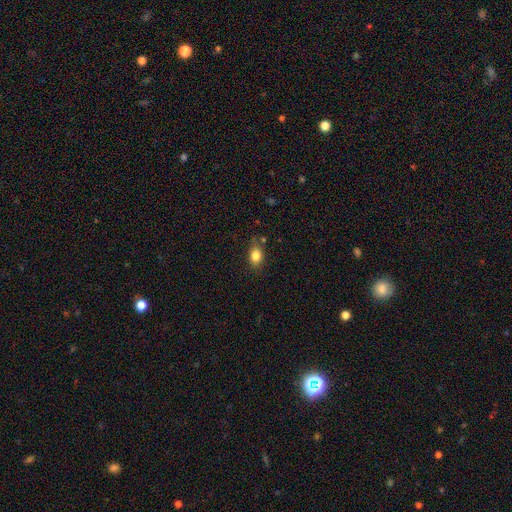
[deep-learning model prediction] Smooth or featured?
  - smooth: 82% *
  - star or artifact: 9%
  - featured or disk: 8%
How rounded?
  - in between: 77% *
  - round: 21%
  - cigar-shaped: 2%
Merging?
  - none: 76% *
  - minor disturbance: 17%
  - major disturbance: 4%
  - merger: 3%